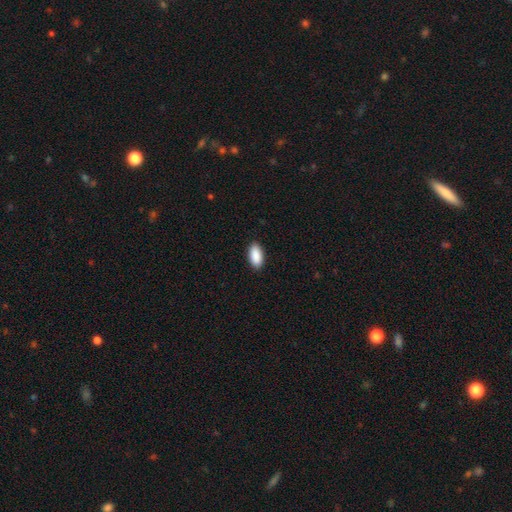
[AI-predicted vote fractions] This appears to be a smooth galaxy with no disk features (91%) that is in between round and cigar-shaped (94%). Merging: none (90%).